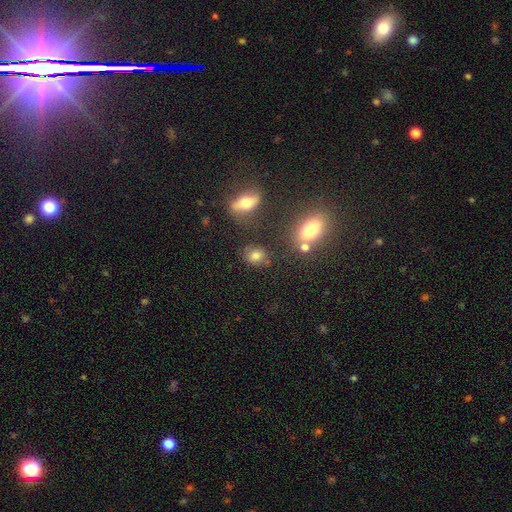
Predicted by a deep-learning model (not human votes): This is likely a smooth galaxy (76%). How rounded: possibly in between (54%). Merging: likely none (69%).